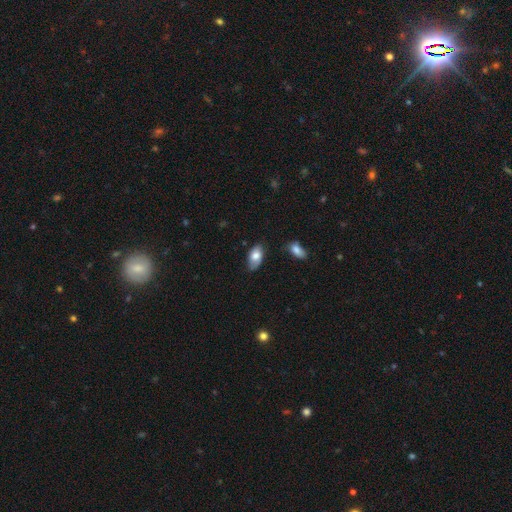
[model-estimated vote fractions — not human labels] Smooth or featured? Predicted: smooth (p=0.77). How rounded? Predicted: in between (p=0.93). Merging? Predicted: none (p=0.67).